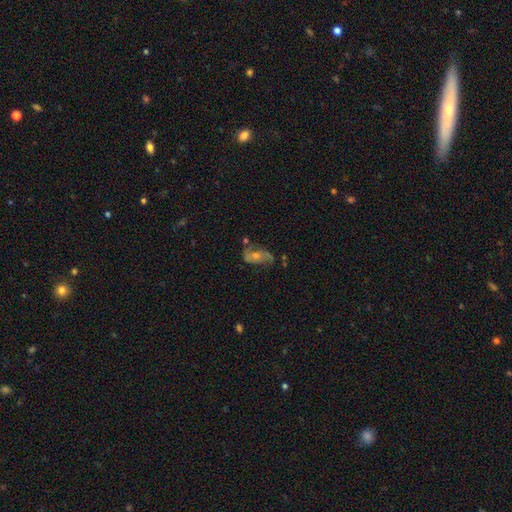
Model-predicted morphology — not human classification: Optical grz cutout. It shows a featured or disk galaxy (67%) with no bar (68%), 2 (75%) medium (41%) spiral arms (83%) and a moderate central bulge (55%). Merging: none (63%).